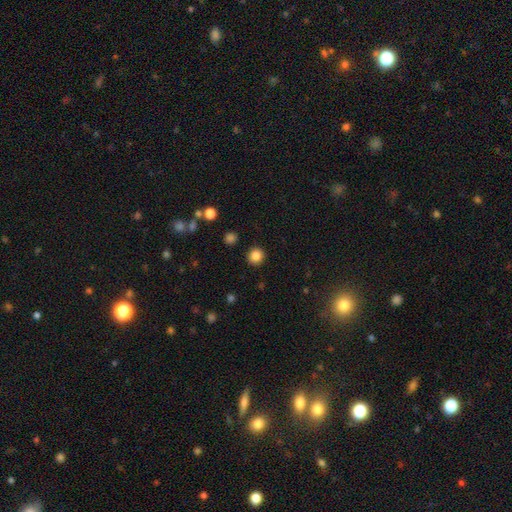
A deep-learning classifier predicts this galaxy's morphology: smooth 85%, star or artifact 11%, featured or disk 4%. Down the decision tree: how rounded — round (92%); merging — none (92%).